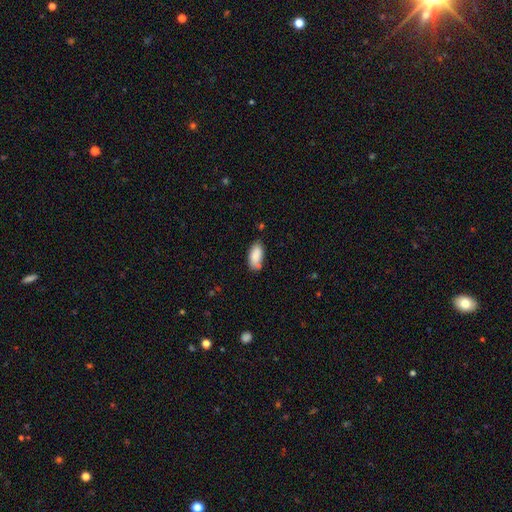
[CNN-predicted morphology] Smooth or featured? Predicted: smooth (p=0.86). How rounded? Predicted: in between (p=0.89). Merging? Predicted: none (p=0.69).